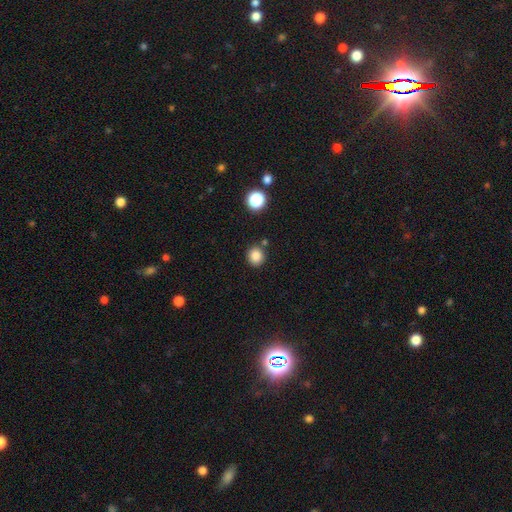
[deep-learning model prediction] A smooth galaxy with no disk features (84%) that is round (85%). Merging: none (82%).